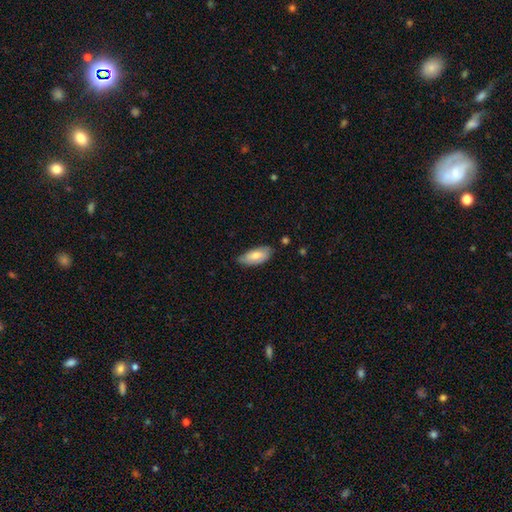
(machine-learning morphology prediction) type=smooth (74%); roundness=in between (88%); merging=none (73%).